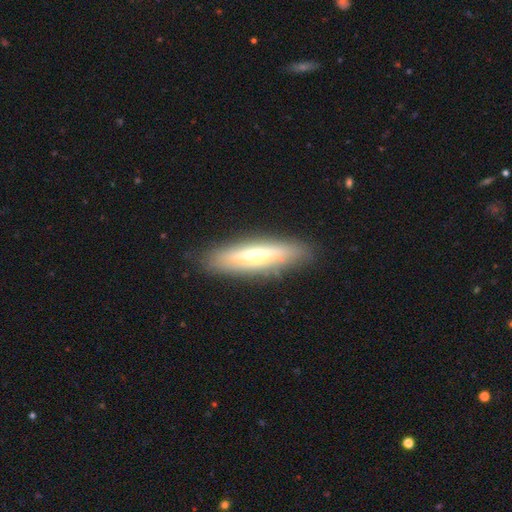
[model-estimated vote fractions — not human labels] smooth-or-featured: featured or disk: 55% | smooth: 38% | star or artifact: 7%
  disk-edge-on: yes: 79% | no: 21%
  merging: none: 85% | minor disturbance: 10% | major disturbance: 3% | merger: 1%